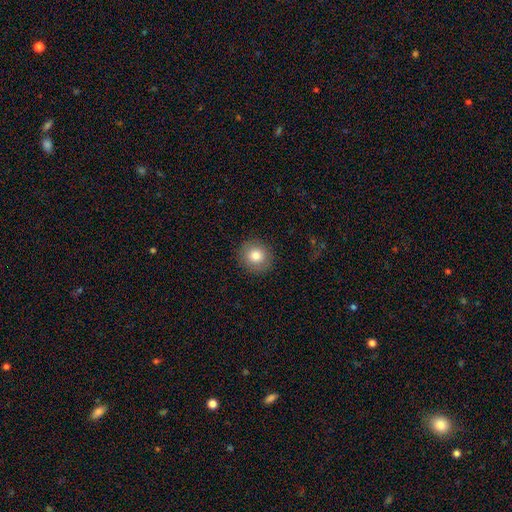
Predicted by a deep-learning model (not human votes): smooth-or-featured: smooth: 81% | star or artifact: 10% | featured or disk: 9%
  how-rounded: round: 88% | in between: 11% | cigar-shaped: 1%
  merging: none: 90% | minor disturbance: 7% | major disturbance: 2% | merger: 1%